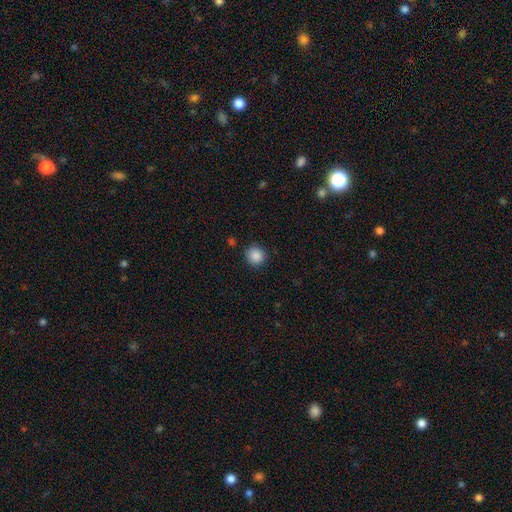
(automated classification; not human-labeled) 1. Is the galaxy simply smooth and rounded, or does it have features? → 87% smooth, 10% star or artifact, 3% featured or disk.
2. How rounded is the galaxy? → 91% round, 8% in between, 1% cigar-shaped.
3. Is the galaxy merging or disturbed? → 90% none, 7% minor disturbance, 2% major disturbance, 1% merger.